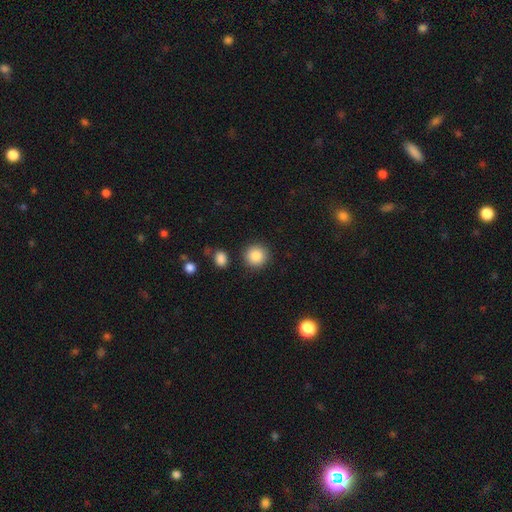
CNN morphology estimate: Overall: smooth (88%). How rounded: round (93%). Merging: none (89%).